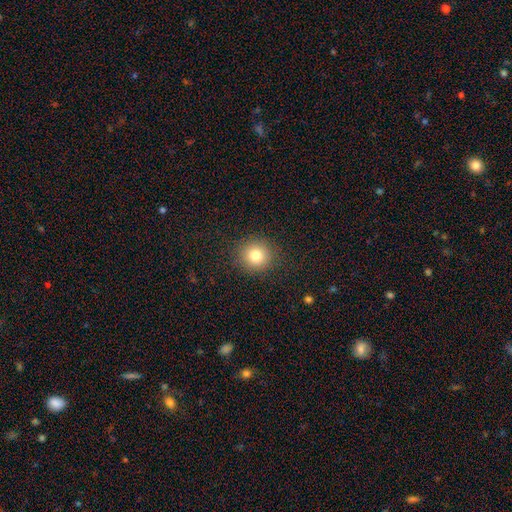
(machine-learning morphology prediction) type=smooth (80%); roundness=round (91%); merging=none (90%).